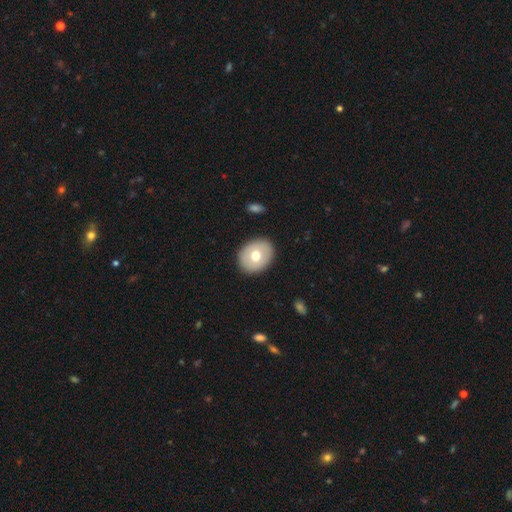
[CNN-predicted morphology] Smooth or featured: smooth — 66% (featured or disk — 27%)
How rounded: in between — 55% (round — 44%)
Merging: none — 89% (minor disturbance — 8%)